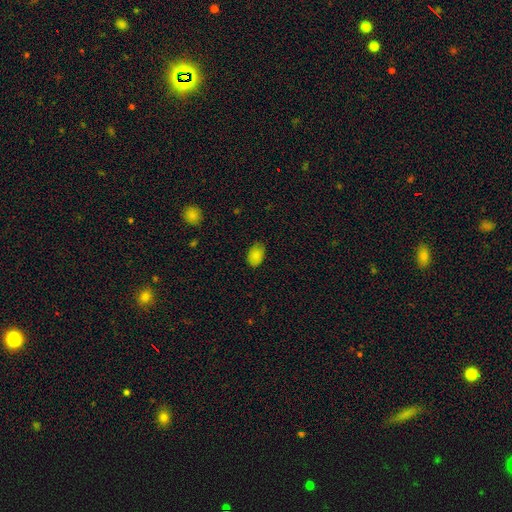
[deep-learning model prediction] Smooth or featured: smooth — 85% (star or artifact — 10%)
How rounded: in between — 85% (round — 14%)
Merging: none — 76% (minor disturbance — 20%)